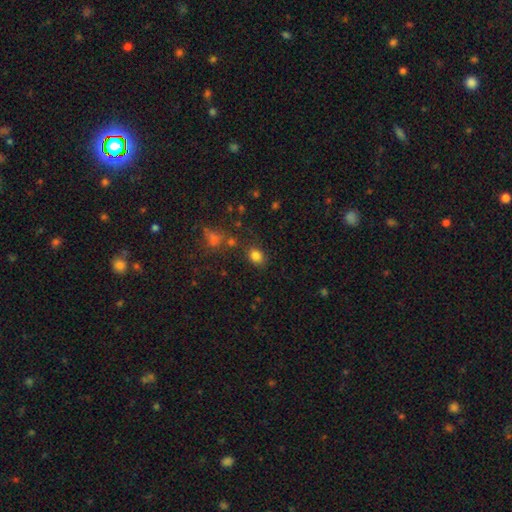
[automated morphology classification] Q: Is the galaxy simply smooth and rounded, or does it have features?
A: smooth — 81%.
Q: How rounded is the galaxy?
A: in between — 56%.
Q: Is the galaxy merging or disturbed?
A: none — 77%.